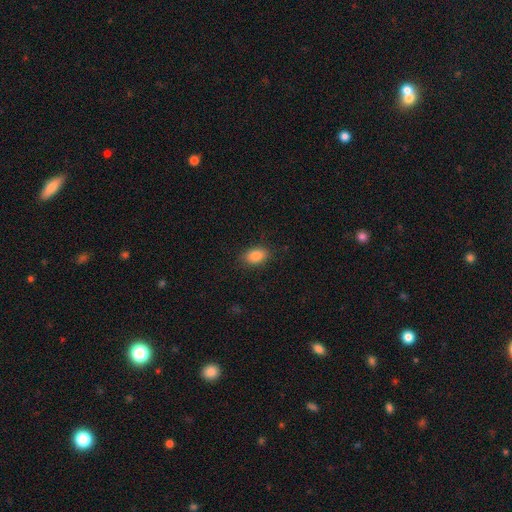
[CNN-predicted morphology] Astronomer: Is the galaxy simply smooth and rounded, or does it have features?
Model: smooth — 88%.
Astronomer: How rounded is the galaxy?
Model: in between — 88%.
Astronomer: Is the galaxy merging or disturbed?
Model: none — 86%.